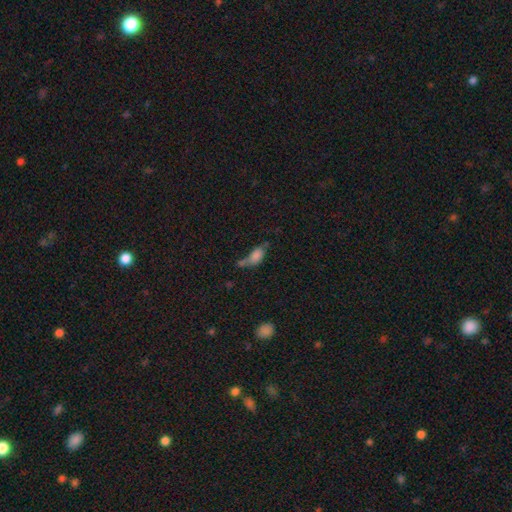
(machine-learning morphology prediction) smooth 74%, featured or disk 14%, star or artifact 12%. Down the decision tree: how rounded — in between (85%); merging — merger (36%).